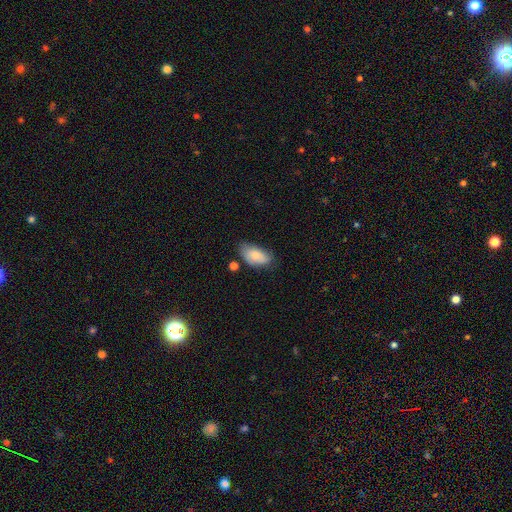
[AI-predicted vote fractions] This is clearly a smooth galaxy (83%). How rounded: clearly in between (93%). Merging: possibly none (55%).